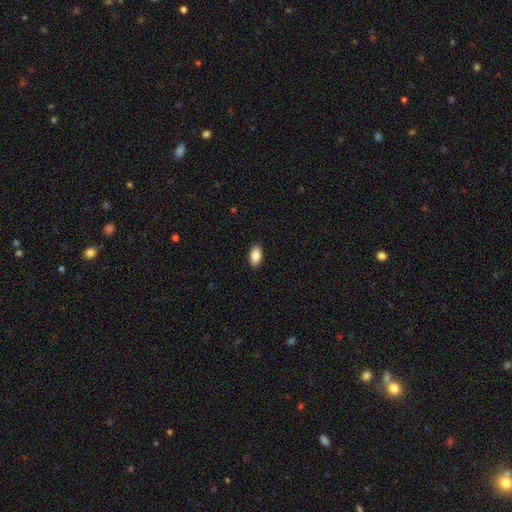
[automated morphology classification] Smooth or featured? Predicted: smooth (p=0.87). How rounded? Predicted: in between (p=0.94). Merging? Predicted: none (p=0.90).